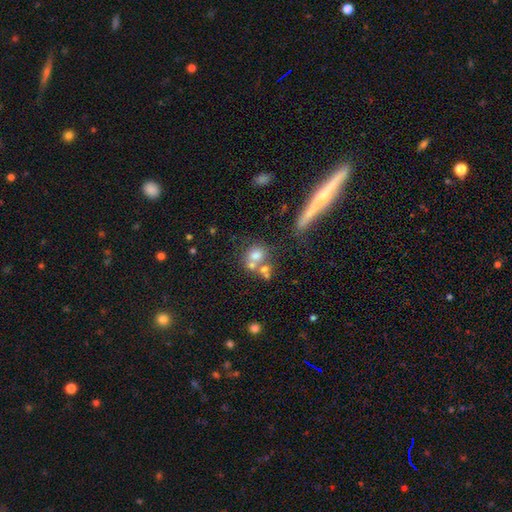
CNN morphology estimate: smooth-or-featured: smooth: 66% | featured or disk: 20% | star or artifact: 14%
  how-rounded: round: 71% | in between: 26% | cigar-shaped: 3%
  merging: none: 42% | merger: 40% | minor disturbance: 10% | major disturbance: 7%